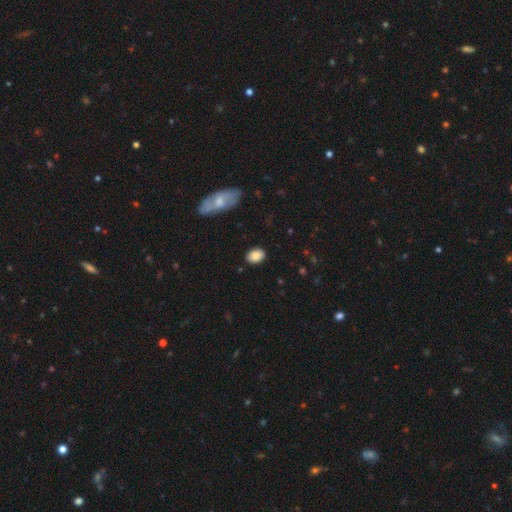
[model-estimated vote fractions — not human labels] Overall: smooth (86%). How rounded: in between (79%). Merging: none (86%).